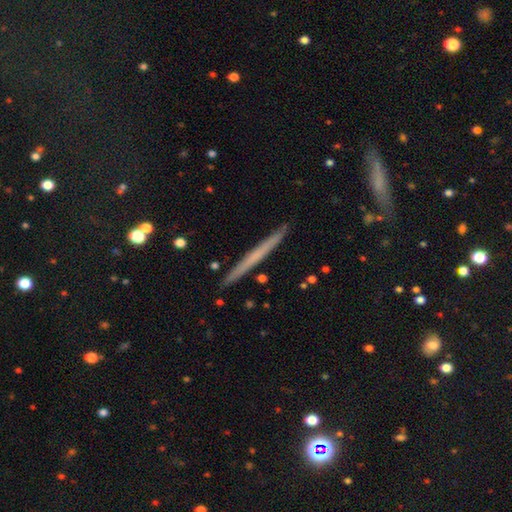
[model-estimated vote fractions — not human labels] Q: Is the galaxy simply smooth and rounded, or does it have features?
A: featured or disk — 50%.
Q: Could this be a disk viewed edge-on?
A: yes — 97%.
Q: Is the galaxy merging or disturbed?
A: none — 91%.